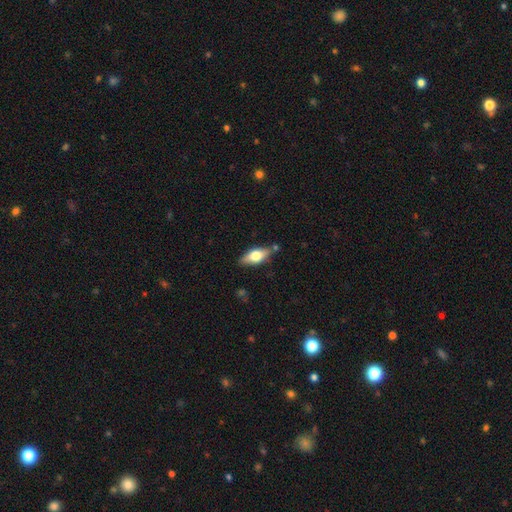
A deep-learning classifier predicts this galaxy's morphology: smooth_or_featured: smooth (p=0.60) [alt: featured or disk p=0.34]
how_rounded: in between (p=0.79) [alt: cigar-shaped p=0.18]
merging: none (p=0.77) [alt: minor disturbance p=0.15]